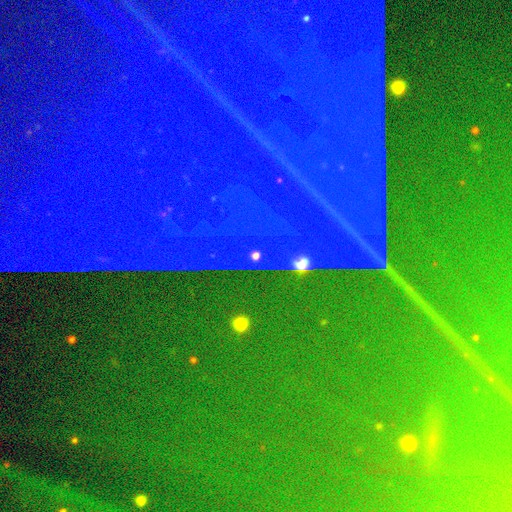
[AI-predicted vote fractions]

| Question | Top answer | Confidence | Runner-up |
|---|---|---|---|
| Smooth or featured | star or artifact | 83% | smooth (9%) |